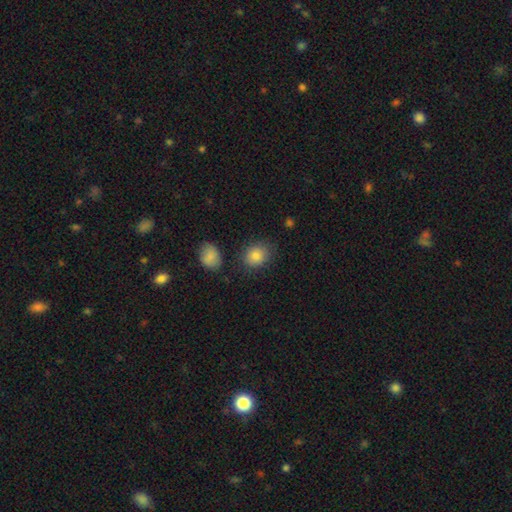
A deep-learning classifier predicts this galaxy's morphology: A smooth galaxy with no disk features (84%) that is round (54%). Merging: none (78%).